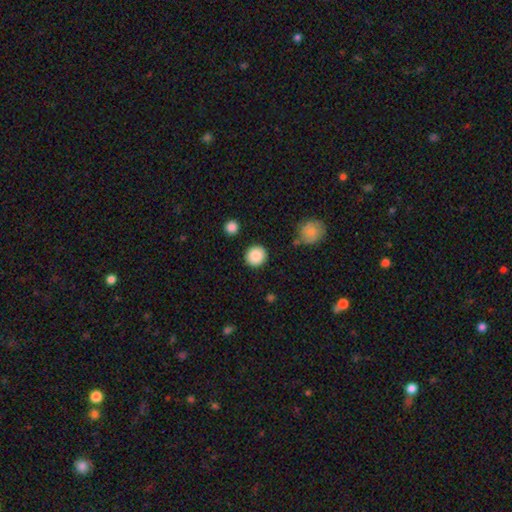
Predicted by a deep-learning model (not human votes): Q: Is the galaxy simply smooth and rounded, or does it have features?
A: smooth — 88%.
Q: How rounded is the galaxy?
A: round — 93%.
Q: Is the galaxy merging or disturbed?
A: none — 89%.